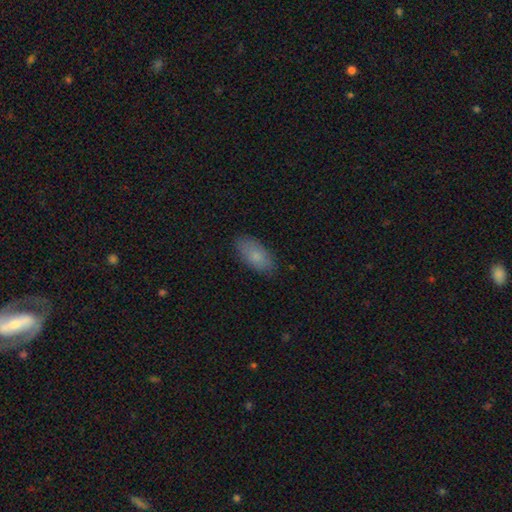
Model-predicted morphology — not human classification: Q: Smooth or featured?
A: smooth (82%); runner-up: featured or disk (11%)
Q: How rounded?
A: in between (91%); runner-up: cigar-shaped (6%)
Q: Merging?
A: none (85%); runner-up: minor disturbance (12%)